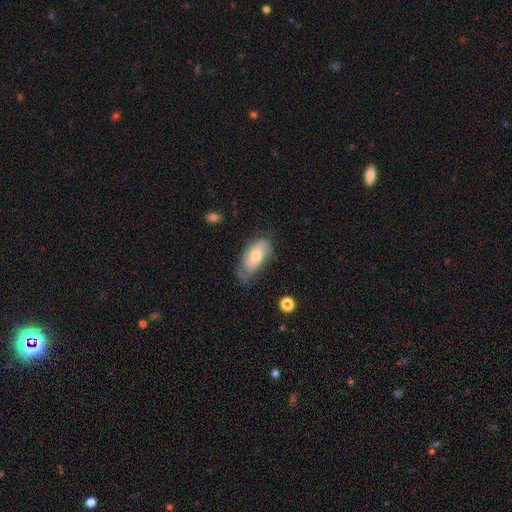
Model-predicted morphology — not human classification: The model was most divided on "smooth or featured": featured or disk: 50%, smooth: 43%, star or artifact: 7%. Remaining: edge-on disk — no (90%); merging — none (45%).